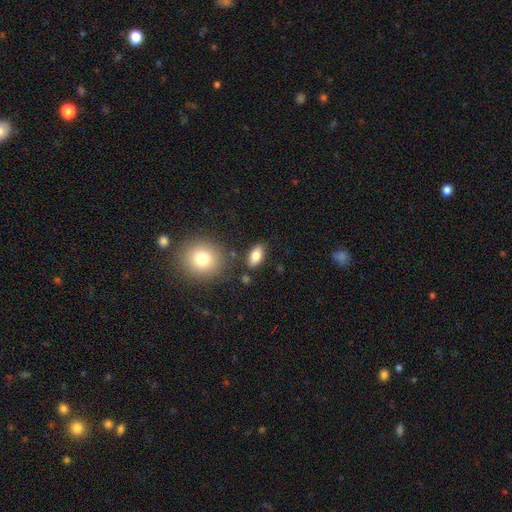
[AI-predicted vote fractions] smooth-or-featured: smooth: 81% | featured or disk: 11% | star or artifact: 8%
  how-rounded: in between: 87% | cigar-shaped: 7% | round: 6%
  merging: none: 81% | minor disturbance: 12% | merger: 4% | major disturbance: 3%